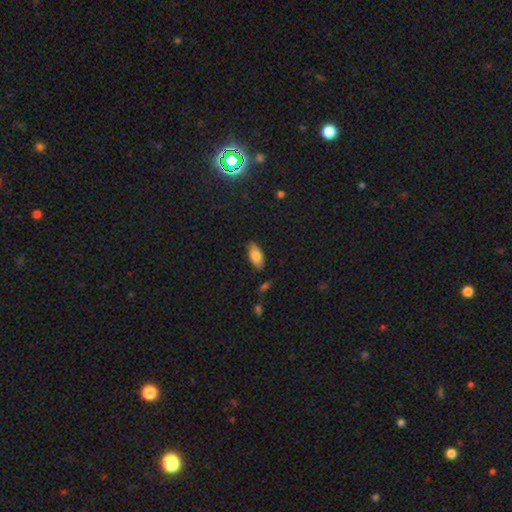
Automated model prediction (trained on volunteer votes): smooth 79%, featured or disk 13%, star or artifact 7%. Down the decision tree: how rounded — in between (91%); merging — none (84%).